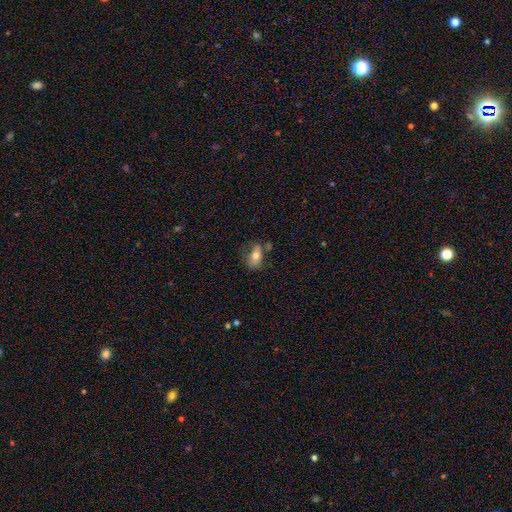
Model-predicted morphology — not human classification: The model was most divided on "merging": none: 46%, minor disturbance: 26%, merger: 15%, major disturbance: 12%. More confident: how rounded — in between (83%); smooth or featured — smooth (68%).